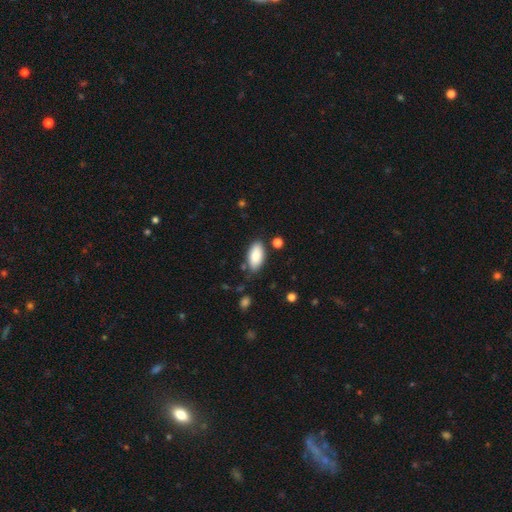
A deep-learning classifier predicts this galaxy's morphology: Smooth or featured? smooth (87%)
How rounded? in between (92%)
Merging? none (77%)